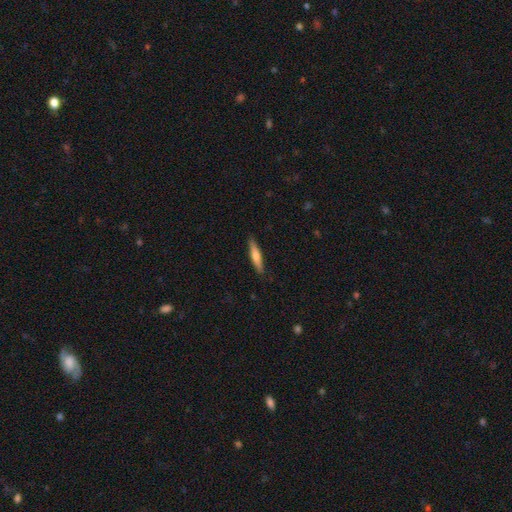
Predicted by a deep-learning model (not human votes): Smooth or featured: smooth — 61% (featured or disk — 34%)
How rounded: cigar-shaped — 89% (in between — 10%)
Merging: none — 89% (minor disturbance — 8%)